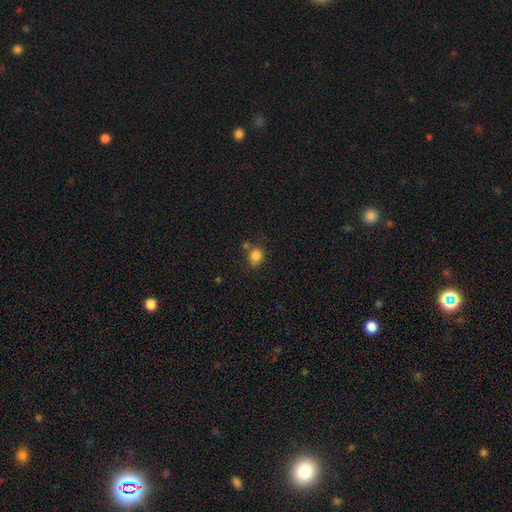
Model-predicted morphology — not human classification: Smooth or featured: smooth — 82% (star or artifact — 11%)
How rounded: round — 57% (in between — 41%)
Merging: none — 59% (minor disturbance — 20%)